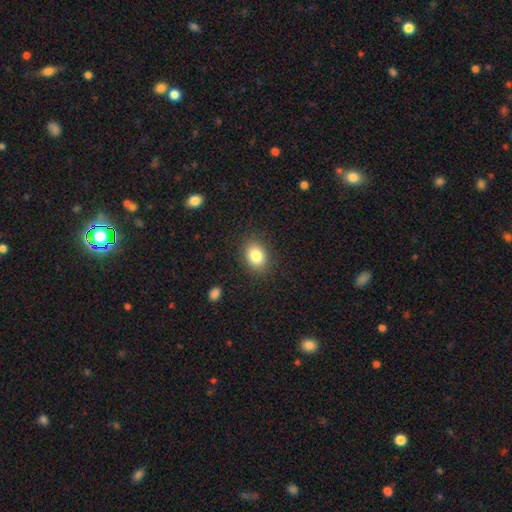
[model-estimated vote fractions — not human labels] Overall: smooth (83%). How rounded: in between (64%; round 35%). Merging: none (87%).